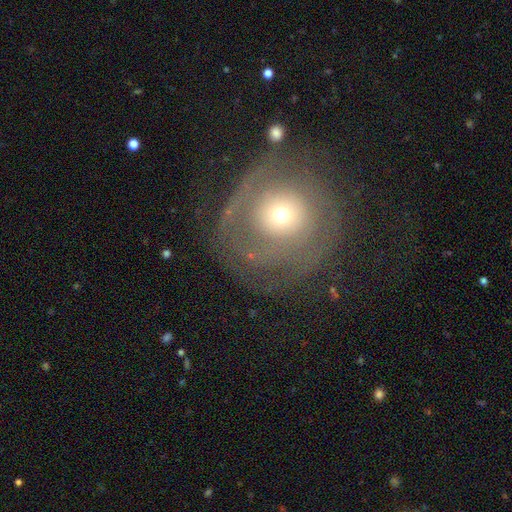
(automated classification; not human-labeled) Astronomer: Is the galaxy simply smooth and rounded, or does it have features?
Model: featured or disk — 65%.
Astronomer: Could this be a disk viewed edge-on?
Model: no — 96%.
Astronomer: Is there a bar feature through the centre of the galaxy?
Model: no — 84%.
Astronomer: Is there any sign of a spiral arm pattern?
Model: yes — 71%.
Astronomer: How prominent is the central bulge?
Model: small — 46% (runner-up: moderate, 45%).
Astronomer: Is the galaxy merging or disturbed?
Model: none — 68%.